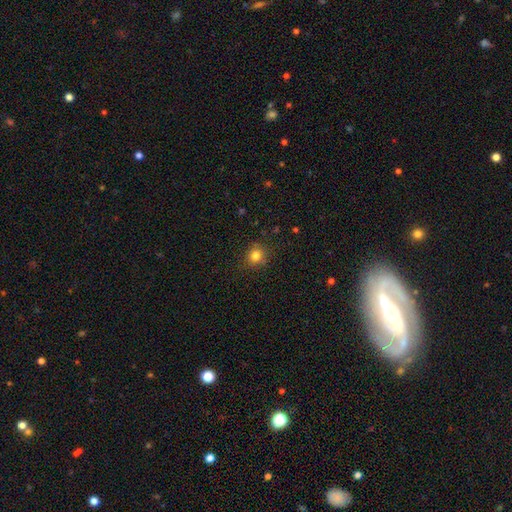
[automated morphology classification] This is clearly a smooth galaxy (81%). How rounded: clearly round (86%). Merging: clearly none (85%).